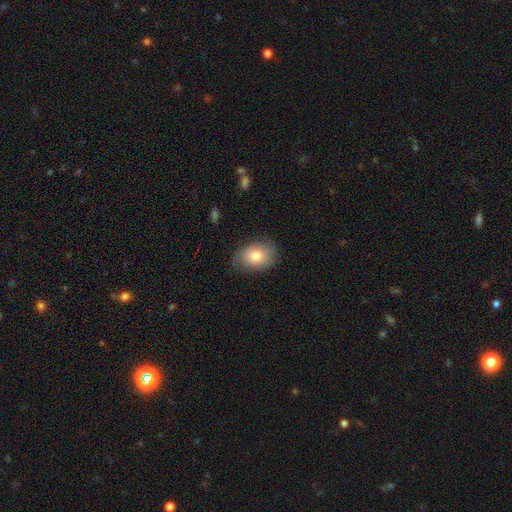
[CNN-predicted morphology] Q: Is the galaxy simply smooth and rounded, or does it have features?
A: smooth — 79%.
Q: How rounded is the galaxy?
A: in between — 73%.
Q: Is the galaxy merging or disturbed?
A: none — 70%.